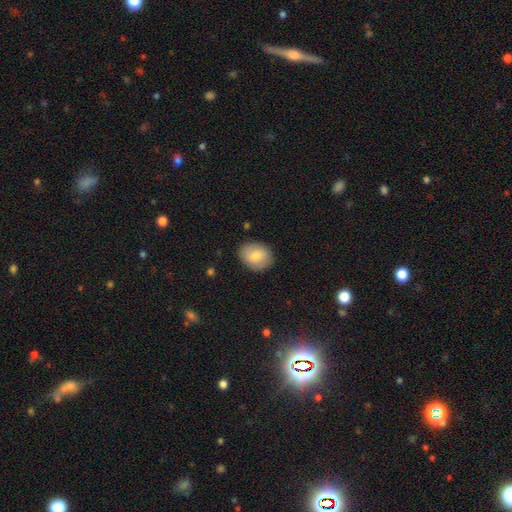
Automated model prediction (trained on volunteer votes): This appears to be a smooth galaxy with no disk features (78%) that is in between round and cigar-shaped (52%). Merging: none (86%).